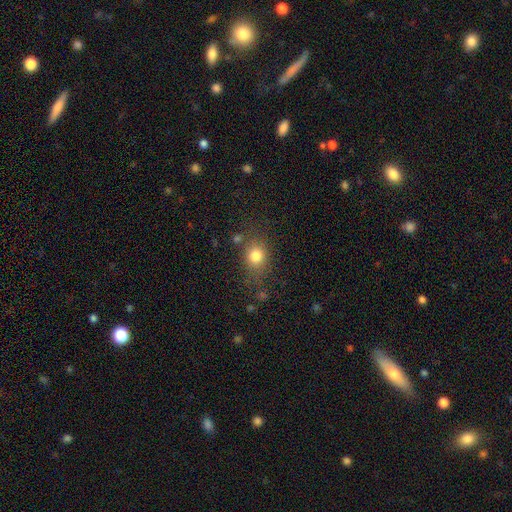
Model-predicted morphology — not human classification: The model was most divided on "how rounded": round: 63%, in between: 35%, cigar-shaped: 1%. More confident: smooth or featured — smooth (79%); merging — none (71%).